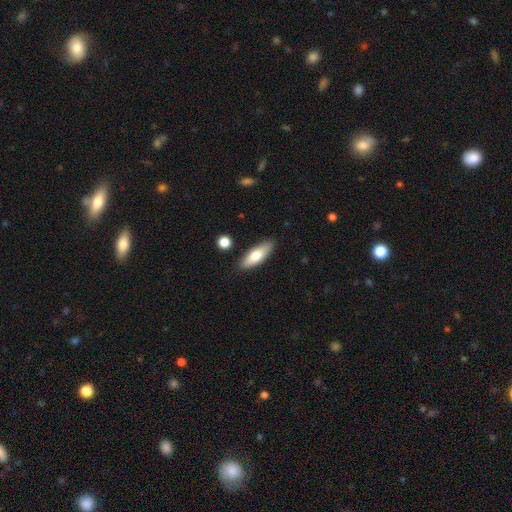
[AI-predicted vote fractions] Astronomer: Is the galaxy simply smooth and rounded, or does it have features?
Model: smooth — 74%.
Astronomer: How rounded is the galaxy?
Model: in between — 64%.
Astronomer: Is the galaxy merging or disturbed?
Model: none — 85%.